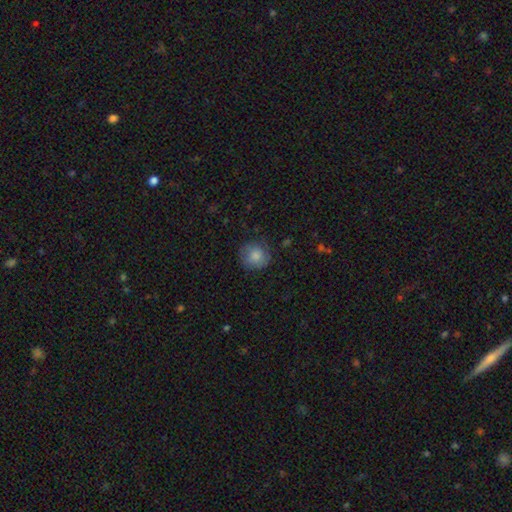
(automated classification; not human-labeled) smooth_or_featured: smooth (p=0.81) [alt: featured or disk p=0.11]
how_rounded: round (p=0.88) [alt: in between p=0.11]
merging: none (p=0.76) [alt: minor disturbance p=0.18]